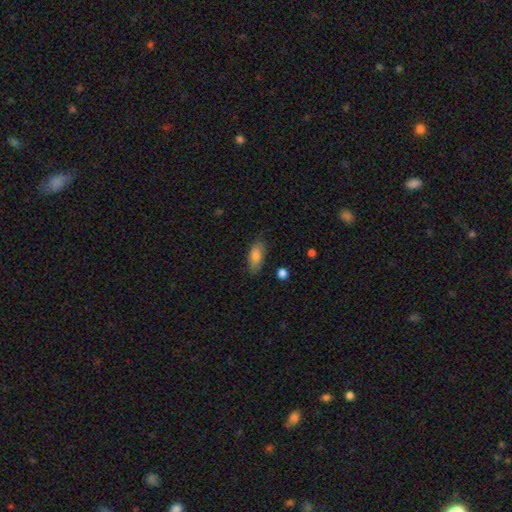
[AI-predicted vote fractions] Overall: smooth (82%). How rounded: in between (86%). Merging: none (79%).